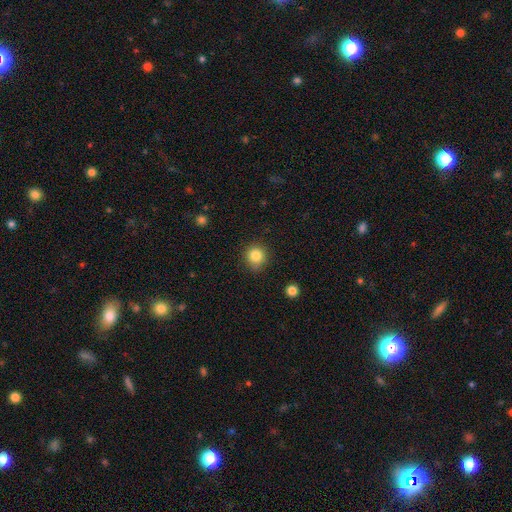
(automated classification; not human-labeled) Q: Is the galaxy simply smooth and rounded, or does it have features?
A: smooth — 85%.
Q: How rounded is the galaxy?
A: round — 90%.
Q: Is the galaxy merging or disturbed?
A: none — 85%.